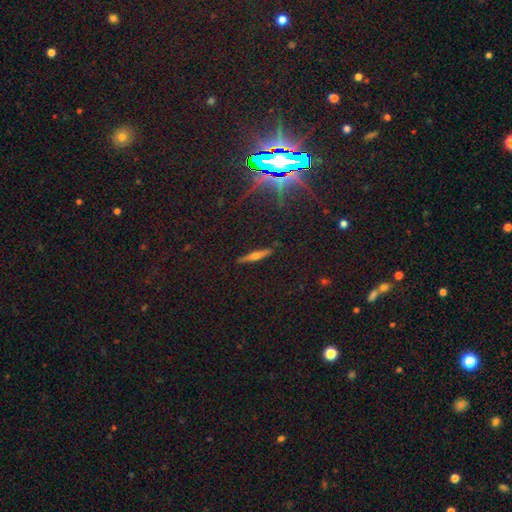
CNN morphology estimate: type=featured or disk (51%); edge-on=yes (94%); merging=none (90%).